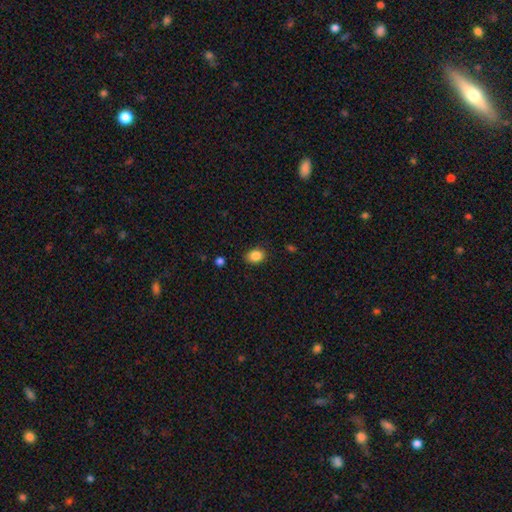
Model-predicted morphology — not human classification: Overall: smooth (86%). How rounded: in between (64%; round 35%). Merging: none (85%).